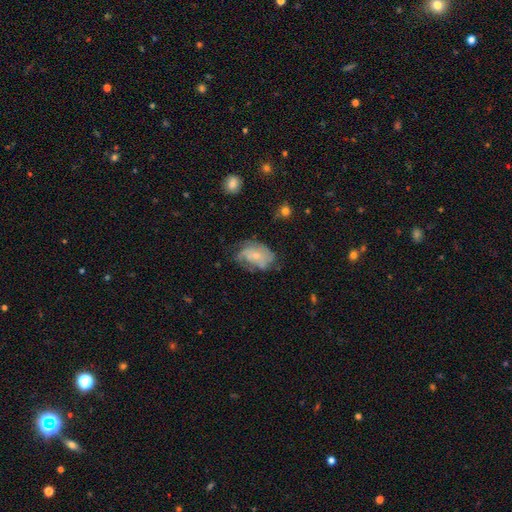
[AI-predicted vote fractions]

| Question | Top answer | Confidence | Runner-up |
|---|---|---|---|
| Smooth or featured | featured or disk | 60% | smooth (32%) |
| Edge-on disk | no | 96% | yes (4%) |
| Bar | no | 76% | weak (21%) |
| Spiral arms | yes | 75% | no (25%) |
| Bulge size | small | 64% | moderate (30%) |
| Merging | none | 46% | minor disturbance (31%) |